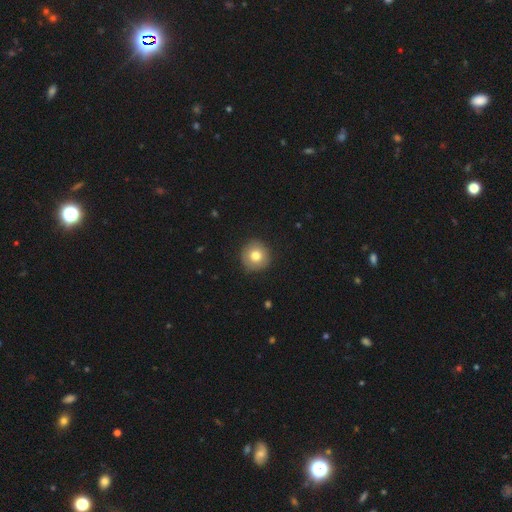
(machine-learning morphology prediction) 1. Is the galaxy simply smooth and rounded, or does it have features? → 78% smooth, 13% featured or disk, 9% star or artifact.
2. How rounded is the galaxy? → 95% round, 4% in between, 1% cigar-shaped.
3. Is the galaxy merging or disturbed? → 90% none, 7% minor disturbance, 2% major disturbance, 1% merger.